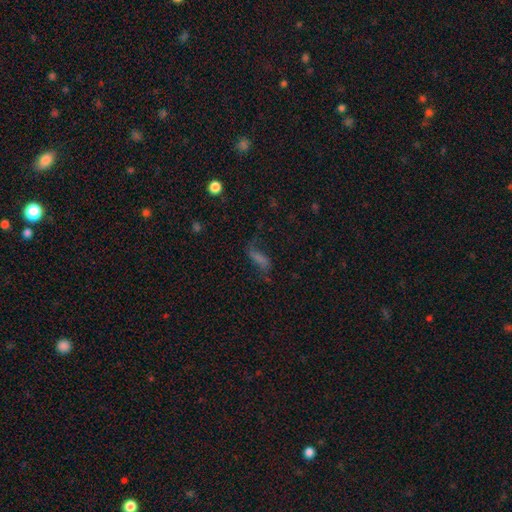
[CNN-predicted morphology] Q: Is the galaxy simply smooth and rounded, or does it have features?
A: smooth — 41%.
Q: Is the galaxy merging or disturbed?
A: none — 53%.